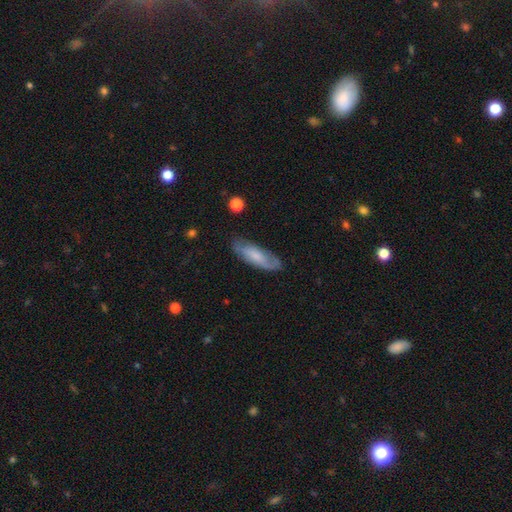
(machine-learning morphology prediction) The model was most divided on "smooth or featured": smooth: 51%, featured or disk: 43%, star or artifact: 7%. More confident: merging — none (74%); how rounded — in between (58%).